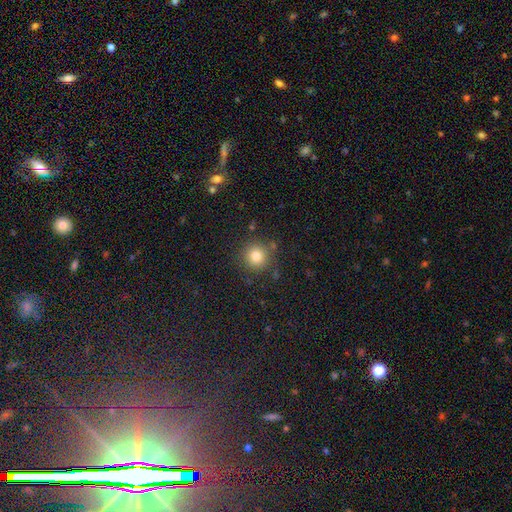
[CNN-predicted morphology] type=smooth (80%); roundness=round (94%); merging=none (86%).